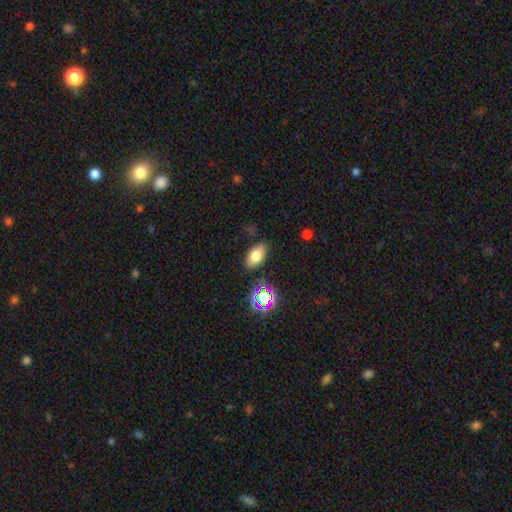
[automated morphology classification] This is likely a smooth galaxy (74%). How rounded: clearly in between (90%). Merging: clearly none (83%).